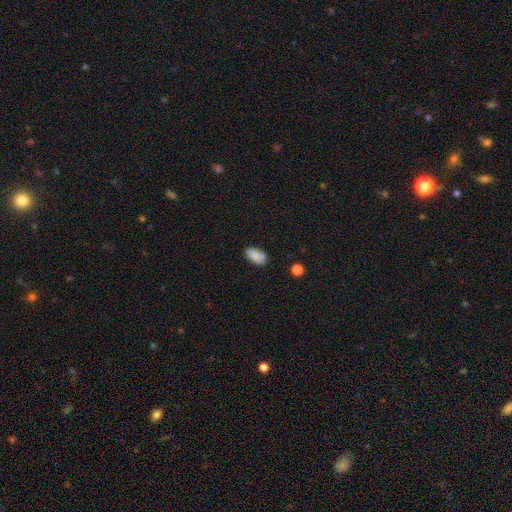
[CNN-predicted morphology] smooth 87%, star or artifact 8%, featured or disk 5%. Down the decision tree: how rounded — in between (93%); merging — none (78%).